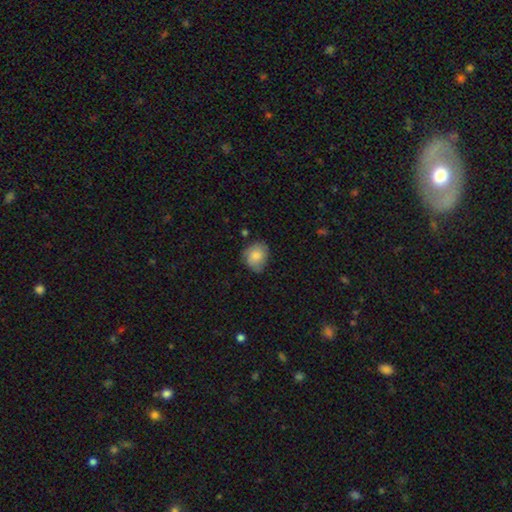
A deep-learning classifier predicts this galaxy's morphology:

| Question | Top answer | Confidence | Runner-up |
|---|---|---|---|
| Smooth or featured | smooth | 80% | featured or disk (13%) |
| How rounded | round | 55% | in between (45%) |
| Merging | none | 62% | minor disturbance (30%) |